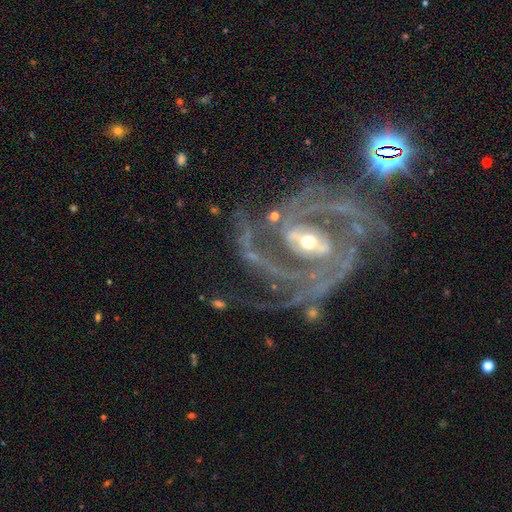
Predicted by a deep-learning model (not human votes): Q: Smooth or featured?
A: featured or disk (92%); runner-up: star or artifact (6%)
Q: Edge-on disk?
A: no (98%); runner-up: yes (2%)
Q: Bar?
A: strong (40%); runner-up: weak (35%)
Q: Spiral arms?
A: yes (98%); runner-up: no (2%)
Q: Spiral winding?
A: medium (49%); runner-up: tight (43%)
Q: Spiral arm count?
A: 2 (42%); runner-up: 3 (26%)
Q: Bulge size?
A: small (55%); runner-up: moderate (41%)
Q: Merging?
A: none (63%); runner-up: minor disturbance (18%)